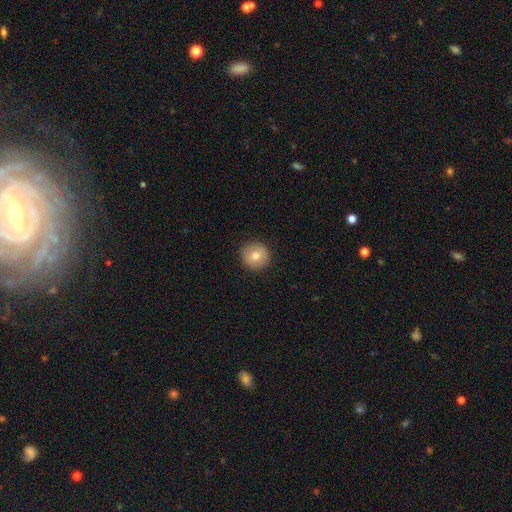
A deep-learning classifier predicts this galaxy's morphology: Smooth or featured?
  - smooth: 77% *
  - featured or disk: 14%
  - star or artifact: 8%
How rounded?
  - round: 93% *
  - in between: 6%
  - cigar-shaped: 1%
Merging?
  - none: 91% *
  - minor disturbance: 6%
  - major disturbance: 2%
  - merger: 1%